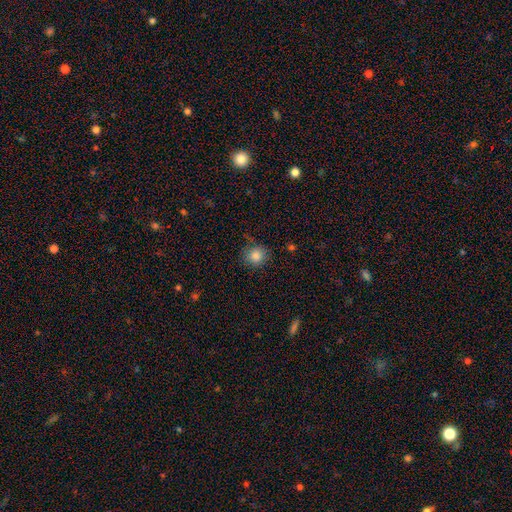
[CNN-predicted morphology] The model was most divided on "merging": none: 80%, minor disturbance: 14%, major disturbance: 3%, merger: 2%. More confident: how rounded — round (88%); smooth or featured — smooth (84%).